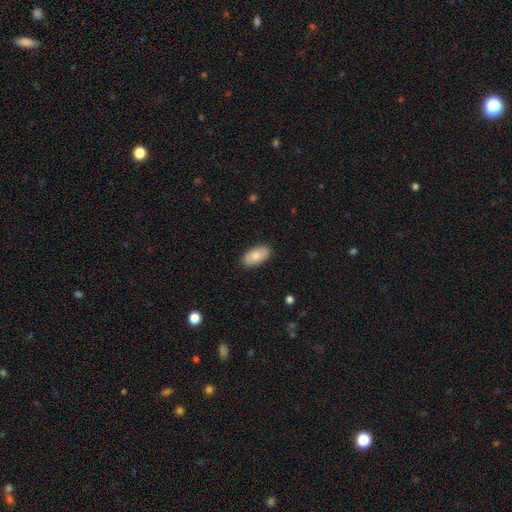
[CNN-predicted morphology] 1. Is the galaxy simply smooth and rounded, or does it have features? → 78% smooth, 16% featured or disk, 6% star or artifact.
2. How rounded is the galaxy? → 95% in between, 3% round, 2% cigar-shaped.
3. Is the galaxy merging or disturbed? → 88% none, 10% minor disturbance, 2% major disturbance, 1% merger.